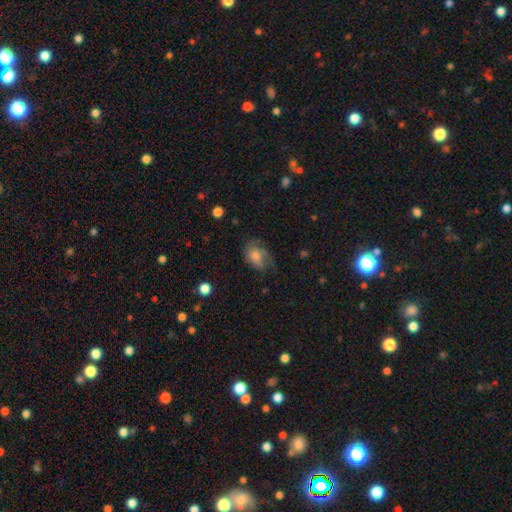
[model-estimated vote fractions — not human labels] smooth_or_featured: smooth (p=0.54) [alt: featured or disk p=0.34]
how_rounded: in between (p=0.77) [alt: round p=0.21]
merging: none (p=0.54) [alt: minor disturbance p=0.27]